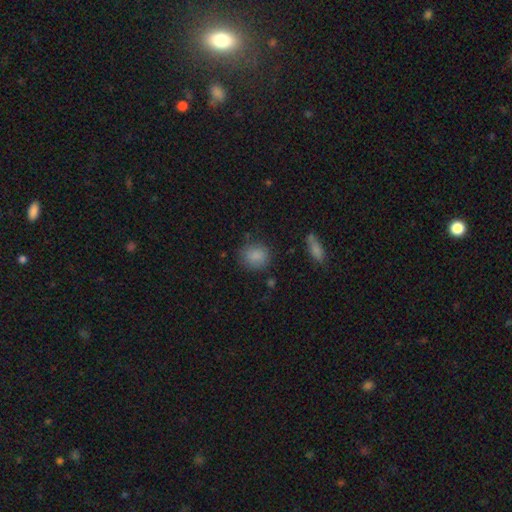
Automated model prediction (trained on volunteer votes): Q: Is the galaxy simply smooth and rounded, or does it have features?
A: smooth — 85%.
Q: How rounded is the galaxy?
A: round — 76%.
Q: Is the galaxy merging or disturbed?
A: none — 79%.